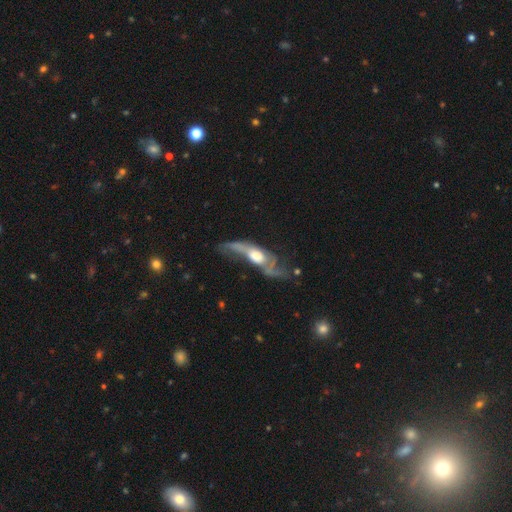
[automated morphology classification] This appears to be a featured or disk galaxy (75%) with no bar (63%), spiral arms (79%) and a moderate central bulge (47%). Merging: major disturbance (38%).